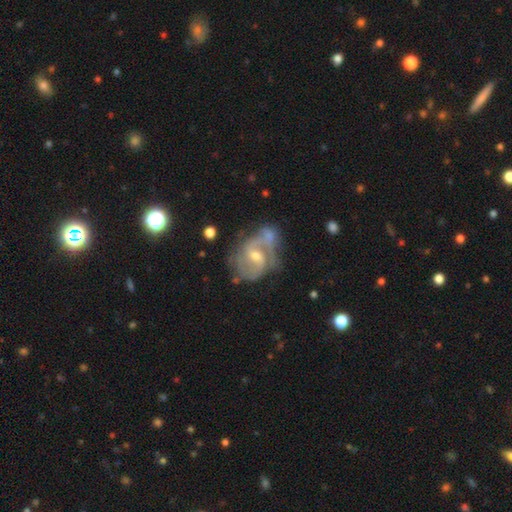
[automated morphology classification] A featured or disk galaxy (86%) with a weak bar (55%), 2 (78%) medium (54%) spiral arms (95%) and a moderate central bulge (49%).

Vote fractions:
- Smooth or featured? featured or disk: 86% / smooth: 8% / star or artifact: 6%
- Edge-on disk? no: 98% / yes: 2%
- Bar? weak: 55% / no: 29% / strong: 16%
- Spiral arms? yes: 95% / no: 5%
- Spiral winding? medium: 54% / tight: 26% / loose: 21%
- Spiral arm count? 2: 78% / can't tell: 9% / 3: 6% / 1: 4% / 4: 2% / more than 4: 2%
- Bulge size? moderate: 49% / small: 46% / none: 2% / large: 2% / dominant: 1%
- Merging? none: 44% / merger: 21% / minor disturbance: 21% / major disturbance: 13%